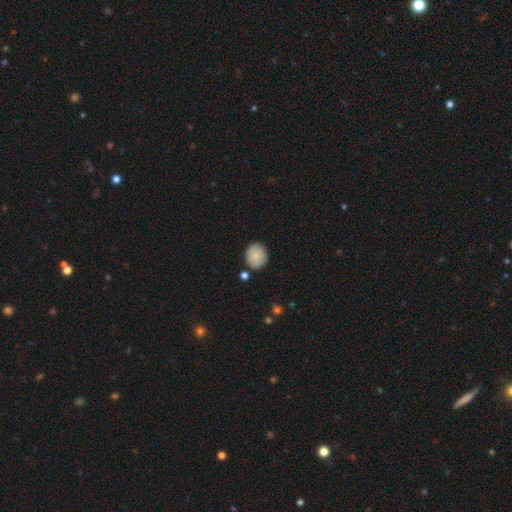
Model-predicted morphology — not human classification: This is clearly a smooth galaxy (85%). How rounded: likely round (67%). Merging: clearly none (82%).